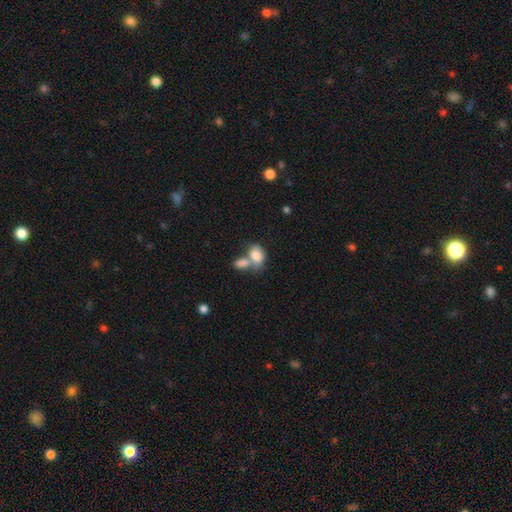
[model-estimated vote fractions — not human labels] smooth-or-featured: smooth: 80% | featured or disk: 12% | star or artifact: 8%
  how-rounded: in between: 81% | round: 17% | cigar-shaped: 2%
  merging: merger: 60% | none: 24% | minor disturbance: 10% | major disturbance: 6%